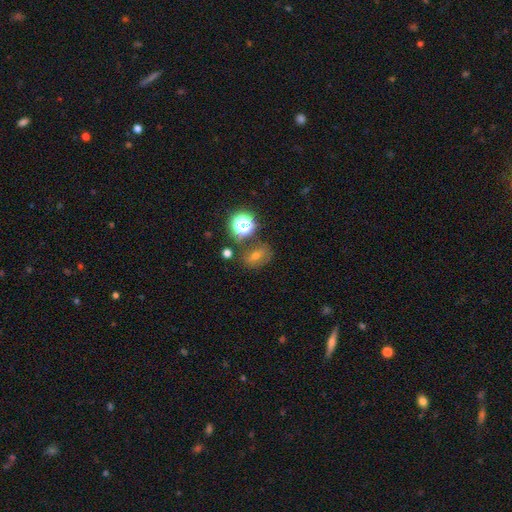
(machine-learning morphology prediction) Smooth or featured: smooth — 42% (star or artifact — 32%)
Merging: none — 71% (minor disturbance — 13%)